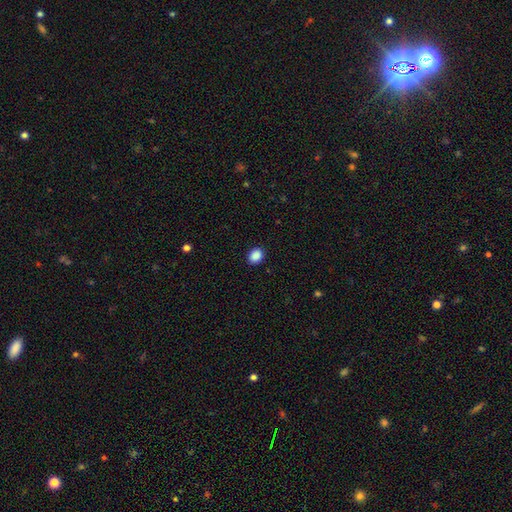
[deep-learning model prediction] Smooth or featured? Predicted: smooth (p=0.89). How rounded? Predicted: in between (p=0.52). Merging? Predicted: none (p=0.90).